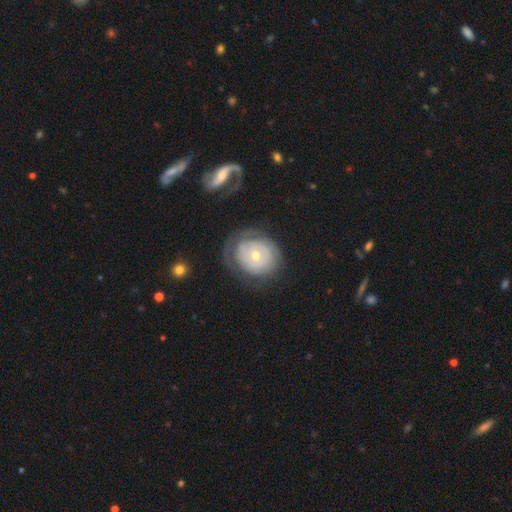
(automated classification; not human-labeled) Smooth or featured? featured or disk (64%)
Edge-on disk? no (96%)
Bar? no (82%)
Spiral arms? yes (61%)
Bulge size? moderate (48%, tied with small)
Merging? none (60%)